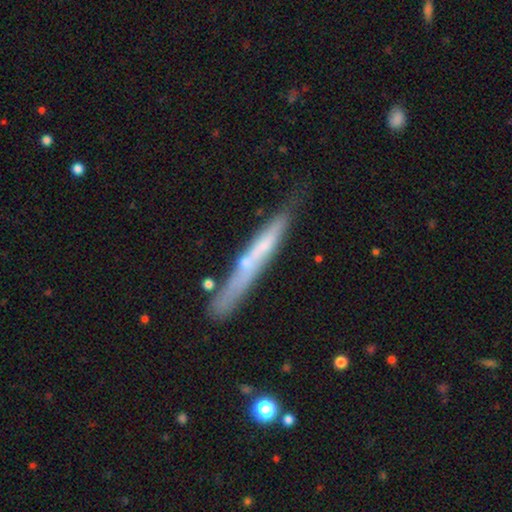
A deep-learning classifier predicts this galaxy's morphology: A featured or disk galaxy (52%) viewed edge-on (88%). Merging: none (69%).